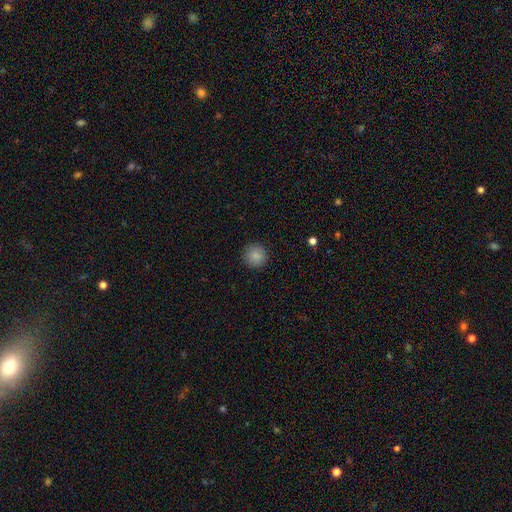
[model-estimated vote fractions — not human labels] Smooth or featured? smooth (87%)
How rounded? round (95%)
Merging? none (92%)